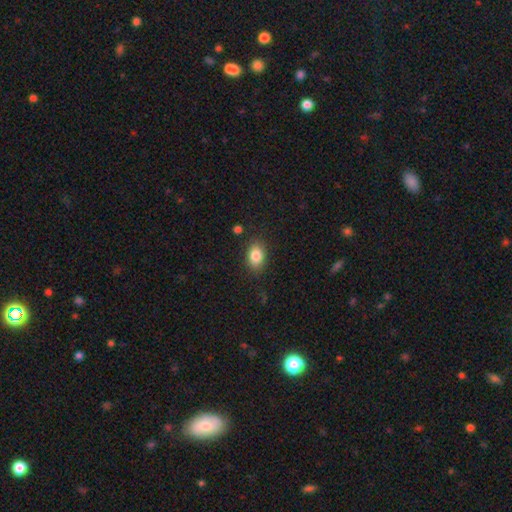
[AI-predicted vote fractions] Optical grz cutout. It shows a smooth galaxy with no disk features (85%) that is in between round and cigar-shaped (83%). Merging: none (84%).